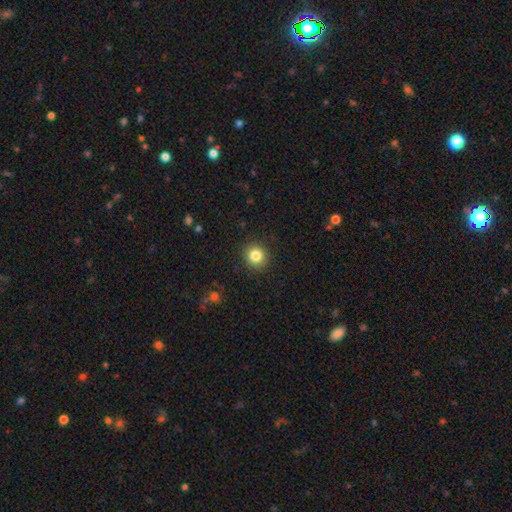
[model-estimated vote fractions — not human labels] Morphology: type=smooth (83%); roundness=round (92%); merging=none (91%).